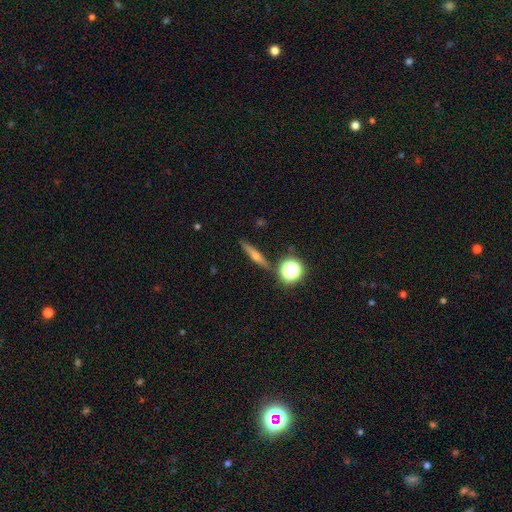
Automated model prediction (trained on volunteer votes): Morphology: type=featured or disk (53%); edge-on=yes (94%); merging=none (87%).